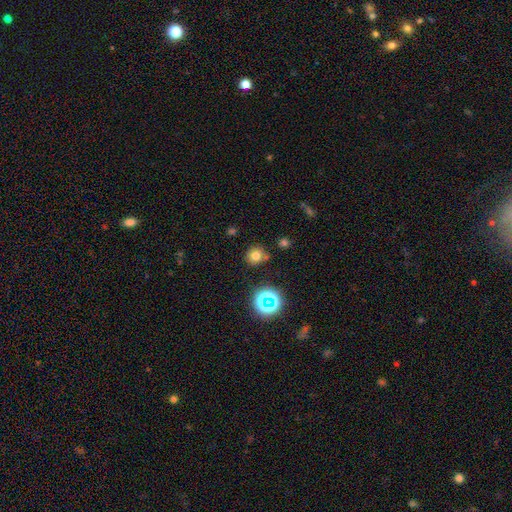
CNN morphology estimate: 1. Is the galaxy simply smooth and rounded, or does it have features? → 72% smooth, 20% star or artifact, 8% featured or disk.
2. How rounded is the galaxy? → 89% round, 10% in between, 1% cigar-shaped.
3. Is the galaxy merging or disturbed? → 77% none, 12% minor disturbance, 7% merger, 4% major disturbance.